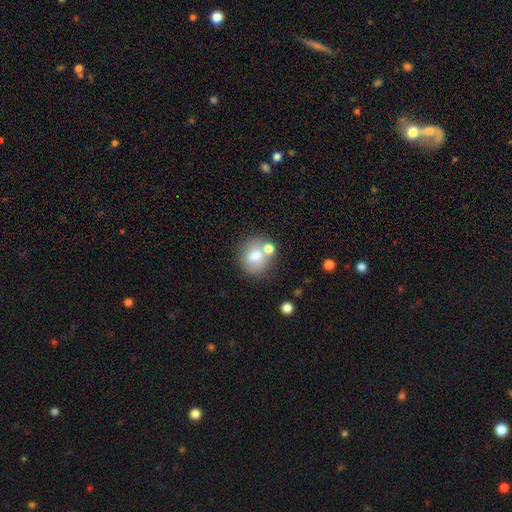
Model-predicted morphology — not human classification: This is likely a smooth galaxy (72%). How rounded: likely round (73%). Merging: possibly none (59%).